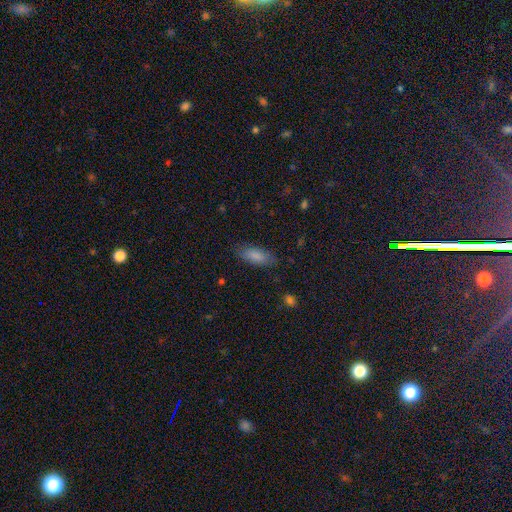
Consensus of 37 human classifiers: smooth 95%, featured or disk 5%, star or artifact 0%. Down the decision tree: how rounded — in between (86%); merging — none (92%).